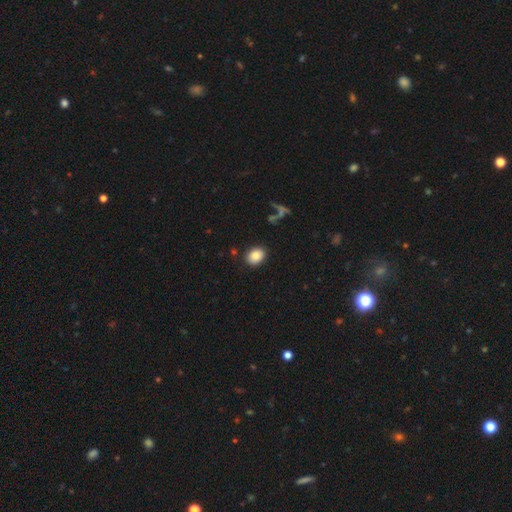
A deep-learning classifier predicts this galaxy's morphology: This appears to be a smooth galaxy with no disk features (84%) that is in between round and cigar-shaped (60%). Merging: none (87%).